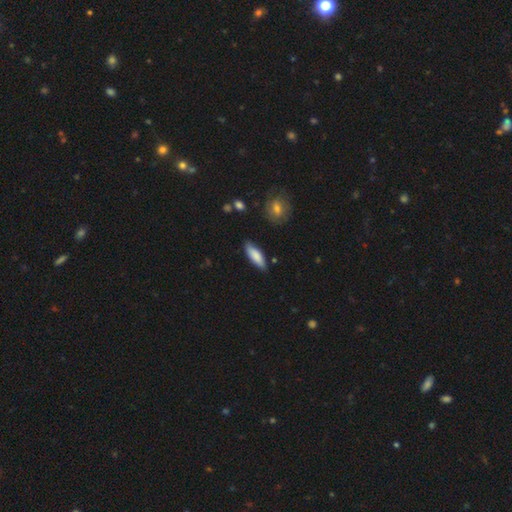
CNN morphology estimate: smooth-or-featured: smooth: 83% | featured or disk: 11% | star or artifact: 6%
  how-rounded: in between: 56% | cigar-shaped: 42% | round: 2%
  merging: none: 84% | minor disturbance: 12% | major disturbance: 2% | merger: 2%